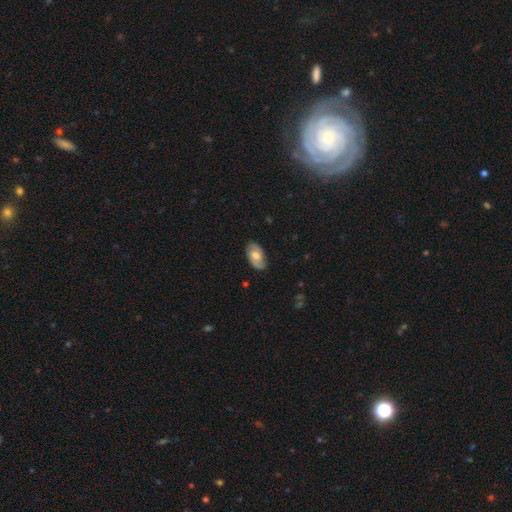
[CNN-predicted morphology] The model was most divided on "bar": no: 46%, weak: 44%, strong: 10%. More confident: edge-on disk — no (94%); spiral arms — yes (83%); merging — none (81%); bulge size — moderate (65%); smooth or featured — featured or disk (57%).